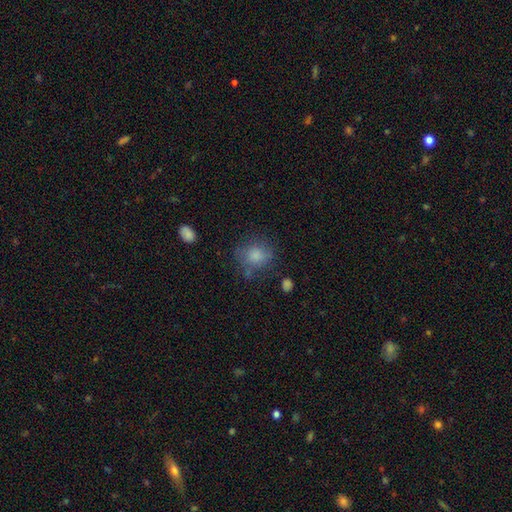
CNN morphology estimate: Smooth or featured? smooth (80%)
How rounded? round (75%)
Merging? none (63%)